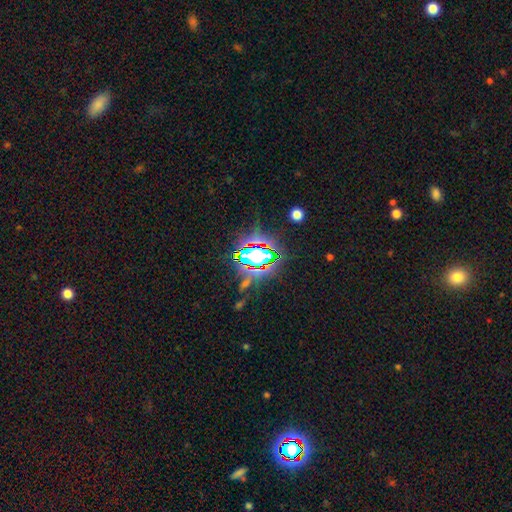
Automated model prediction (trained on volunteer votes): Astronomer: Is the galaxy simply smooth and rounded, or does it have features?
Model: star or artifact — 69%.